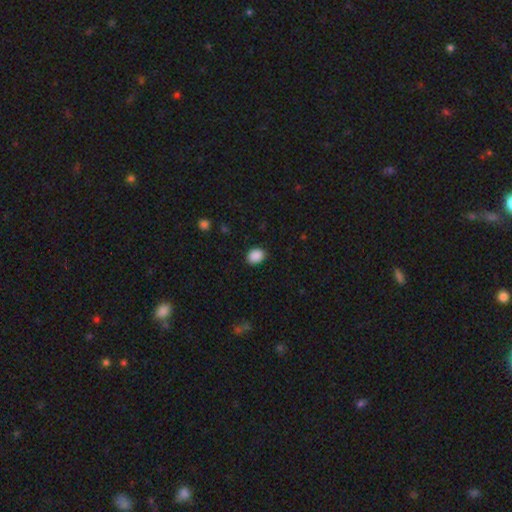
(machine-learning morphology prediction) Q: Smooth or featured?
A: smooth (89%); runner-up: star or artifact (8%)
Q: How rounded?
A: in between (62%); runner-up: round (37%)
Q: Merging?
A: none (87%); runner-up: minor disturbance (9%)